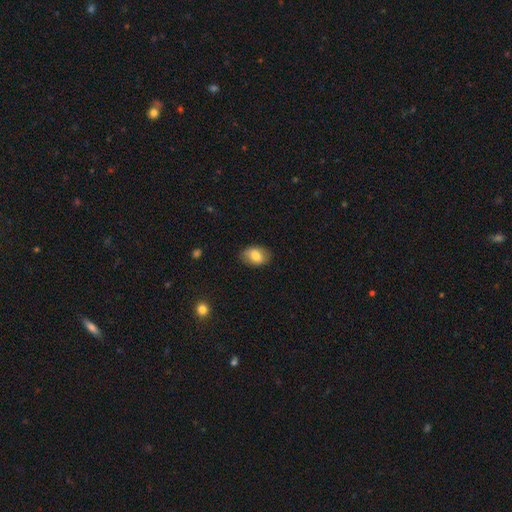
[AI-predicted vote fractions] Morphology: type=smooth (76%); roundness=in between (82%); merging=none (84%).